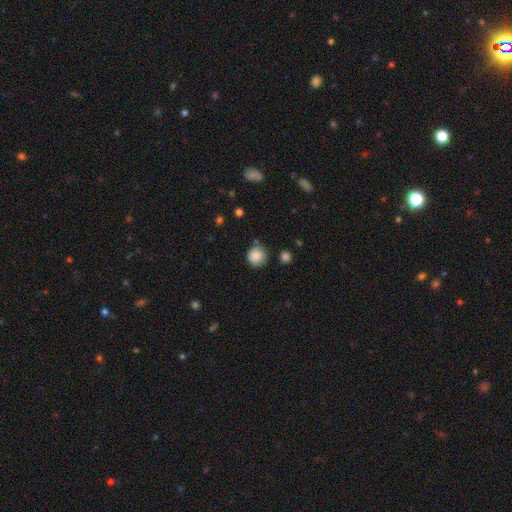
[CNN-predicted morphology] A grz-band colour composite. It shows a smooth galaxy with no disk features (85%) that is round (90%). Merging: none (74%).